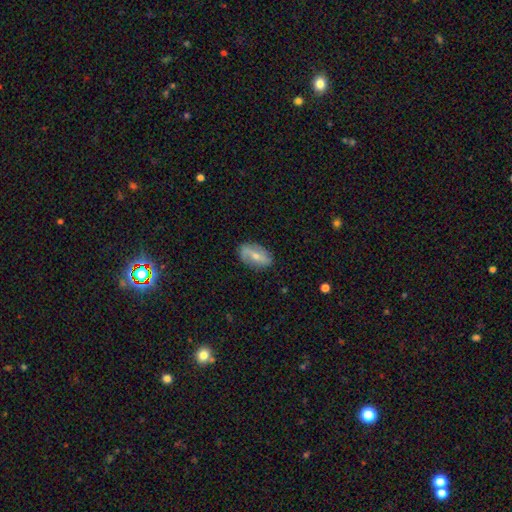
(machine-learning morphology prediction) Overall: featured or disk (57%; smooth 37%). Edge-on disk: no (89%). Bar: strong (44%; weak 34%). Spiral arms: yes (67%; no 33%). Bulge size: small (48%; moderate 47%). Merging: none (82%).